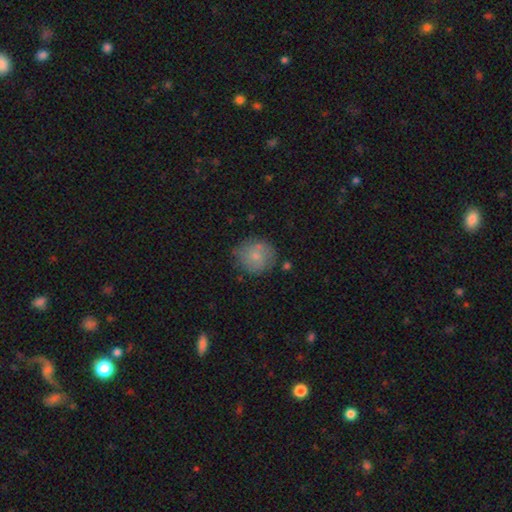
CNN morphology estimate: smooth_or_featured: smooth (p=0.71) [alt: featured or disk p=0.20]
how_rounded: round (p=0.86) [alt: in between p=0.13]
merging: none (p=0.69) [alt: minor disturbance p=0.19]